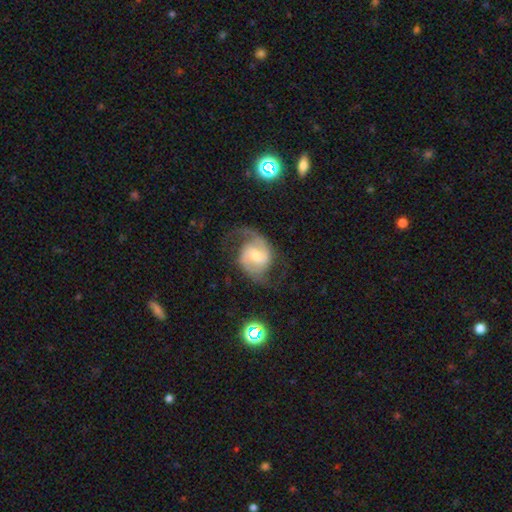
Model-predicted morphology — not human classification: The model was most divided on "bar": weak: 48%, no: 38%, strong: 14%. More confident: edge-on disk — no (98%); spiral arms — yes (96%); spiral arm count — 2 (91%); smooth or featured — featured or disk (86%); merging — none (69%); bulge size — moderate (53%); spiral winding — medium (51%).